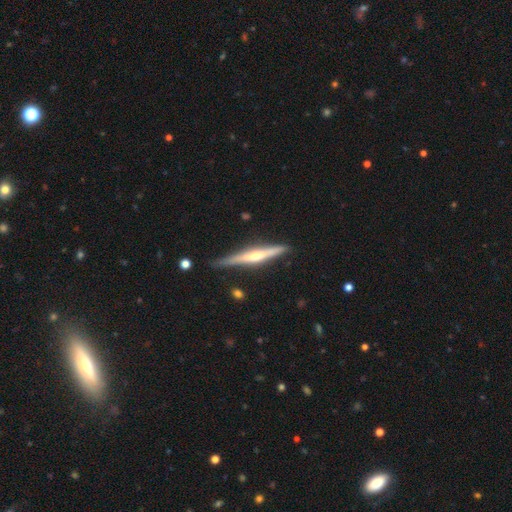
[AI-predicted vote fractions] This appears to be a featured or disk galaxy (75%) viewed edge-on (97%) with a rounded central bulge (84%). Merging: none (85%).